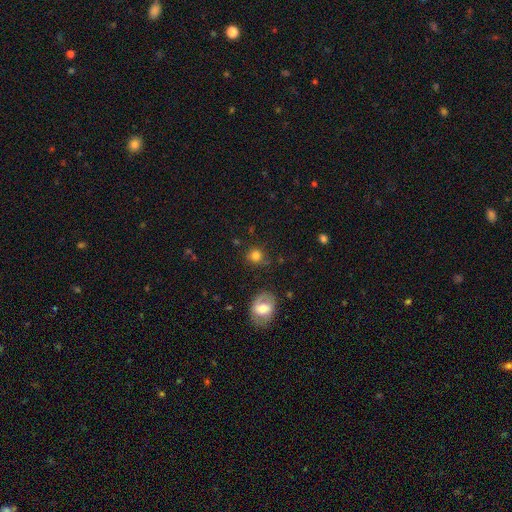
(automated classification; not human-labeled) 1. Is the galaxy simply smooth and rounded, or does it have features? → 80% smooth, 12% star or artifact, 9% featured or disk.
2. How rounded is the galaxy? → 87% round, 12% in between, 1% cigar-shaped.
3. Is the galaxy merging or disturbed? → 79% none, 13% minor disturbance, 5% major disturbance, 3% merger.